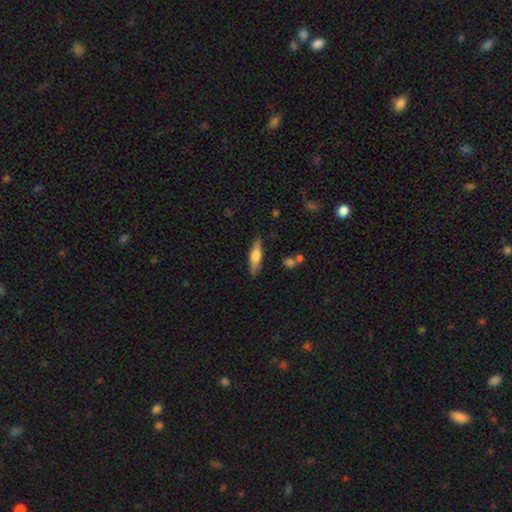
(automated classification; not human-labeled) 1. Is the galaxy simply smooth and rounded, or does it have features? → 49% featured or disk, 45% smooth, 6% star or artifact.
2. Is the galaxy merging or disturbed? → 86% none, 10% minor disturbance, 2% major disturbance, 2% merger.